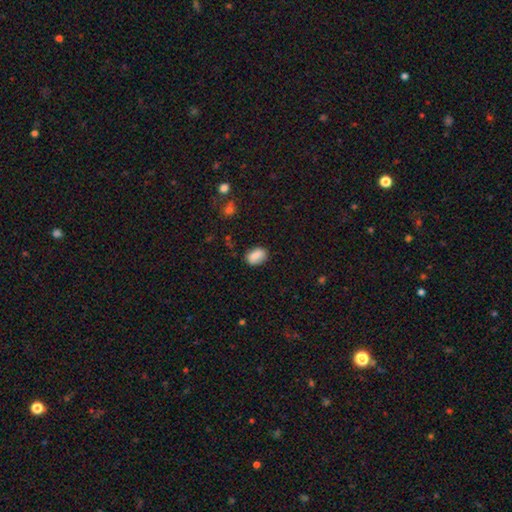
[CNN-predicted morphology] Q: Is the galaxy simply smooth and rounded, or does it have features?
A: smooth — 83%.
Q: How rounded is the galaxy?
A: in between — 83%.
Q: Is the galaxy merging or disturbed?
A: none — 79%.